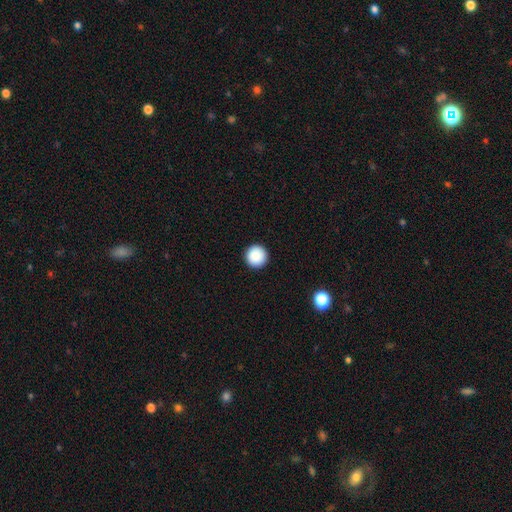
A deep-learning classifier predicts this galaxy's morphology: smooth-or-featured: smooth: 89% | star or artifact: 8% | featured or disk: 3%
  how-rounded: round: 97% | in between: 2% | cigar-shaped: 1%
  merging: none: 94% | minor disturbance: 4% | major disturbance: 1% | merger: 1%